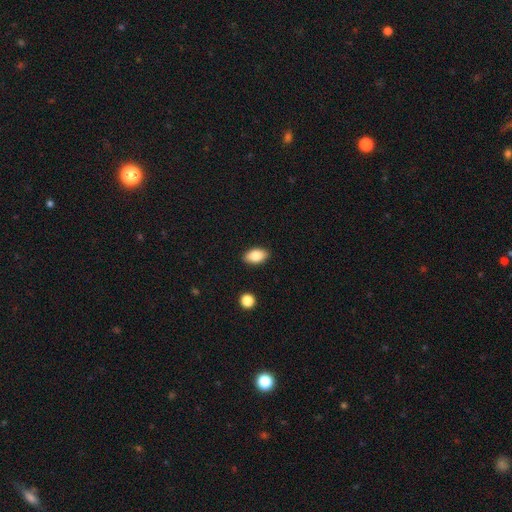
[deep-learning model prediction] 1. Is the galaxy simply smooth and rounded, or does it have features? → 83% smooth, 9% featured or disk, 7% star or artifact.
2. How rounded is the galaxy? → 92% in between, 5% round, 3% cigar-shaped.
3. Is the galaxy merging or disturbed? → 89% none, 8% minor disturbance, 2% major disturbance, 1% merger.